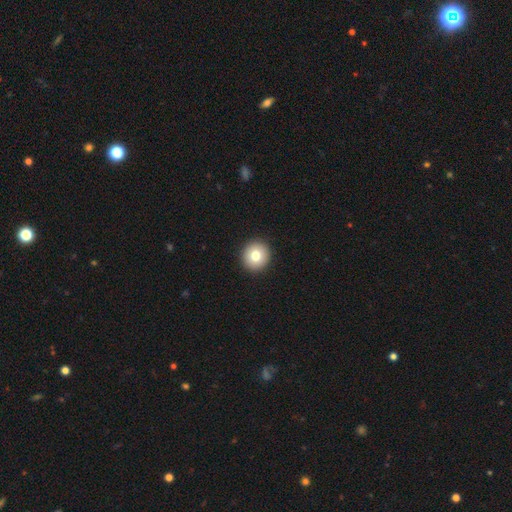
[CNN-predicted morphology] This appears to be a smooth galaxy with no disk features (78%) that is round (93%). Merging: none (93%).